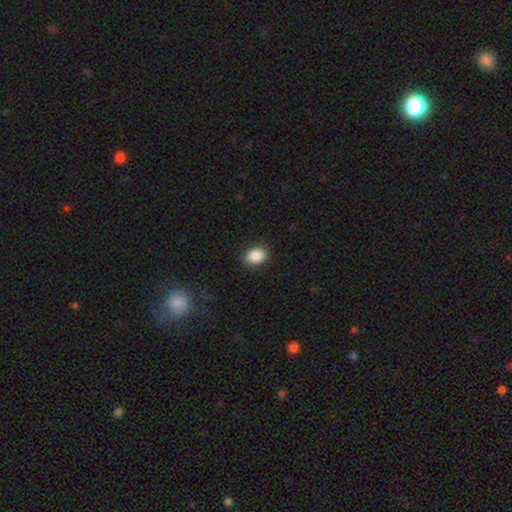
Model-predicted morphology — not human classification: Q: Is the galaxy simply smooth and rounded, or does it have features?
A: smooth — 87%.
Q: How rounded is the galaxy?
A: in between — 64%.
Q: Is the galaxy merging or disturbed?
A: none — 85%.